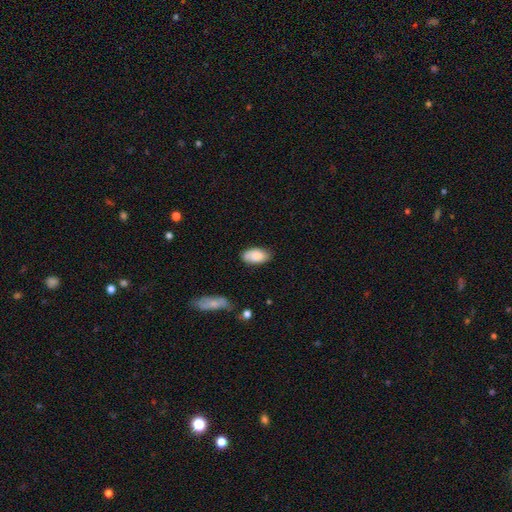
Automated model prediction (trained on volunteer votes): Smooth or featured? smooth (83%)
How rounded? in between (94%)
Merging? none (80%)